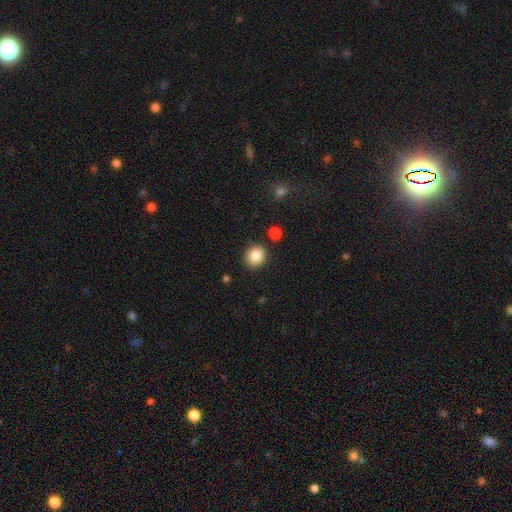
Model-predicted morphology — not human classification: A smooth galaxy with no disk features (86%) that is round (77%). Merging: none (87%).